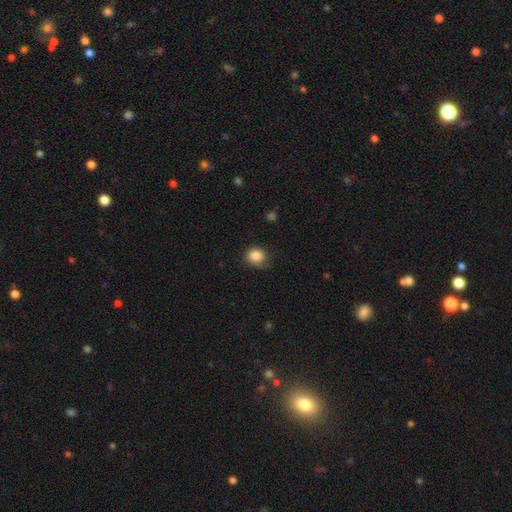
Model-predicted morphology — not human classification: smooth 87%, star or artifact 9%, featured or disk 4%. Down the decision tree: how rounded — round (80%); merging — none (74%).